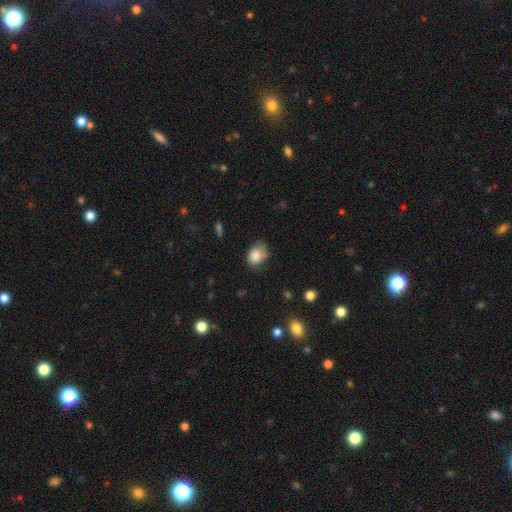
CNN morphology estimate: Smooth or featured?
  - smooth: 81% *
  - featured or disk: 11%
  - star or artifact: 8%
How rounded?
  - in between: 65% *
  - round: 34%
  - cigar-shaped: 1%
Merging?
  - none: 52% *
  - minor disturbance: 36%
  - major disturbance: 10%
  - merger: 2%